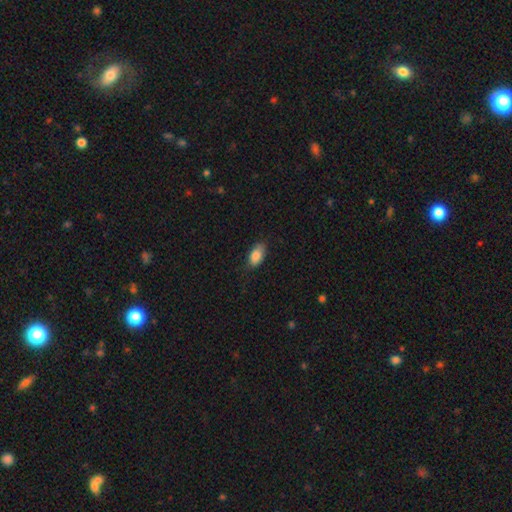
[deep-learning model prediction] Smooth or featured: smooth — 85% (star or artifact — 7%)
How rounded: in between — 91% (round — 5%)
Merging: none — 75% (minor disturbance — 20%)